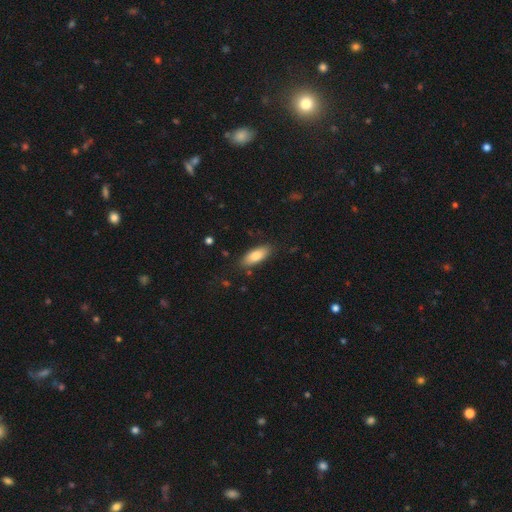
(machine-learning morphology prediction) Q: Smooth or featured?
A: smooth (82%); runner-up: featured or disk (11%)
Q: How rounded?
A: in between (75%); runner-up: cigar-shaped (23%)
Q: Merging?
A: none (84%); runner-up: minor disturbance (12%)